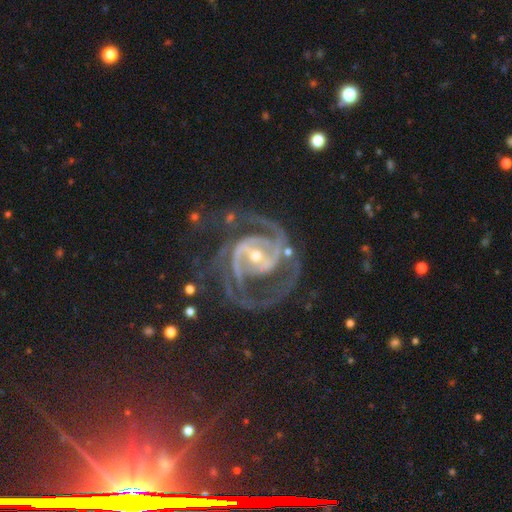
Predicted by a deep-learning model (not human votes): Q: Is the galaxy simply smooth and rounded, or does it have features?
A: featured or disk — 92%.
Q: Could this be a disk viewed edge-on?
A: no — 98%.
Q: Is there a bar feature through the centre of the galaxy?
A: strong — 44%.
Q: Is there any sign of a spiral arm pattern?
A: yes — 98%.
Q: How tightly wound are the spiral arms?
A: medium — 51%.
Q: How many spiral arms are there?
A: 2 — 63%.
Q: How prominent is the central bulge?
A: small — 55%.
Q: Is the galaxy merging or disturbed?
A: none — 58%.